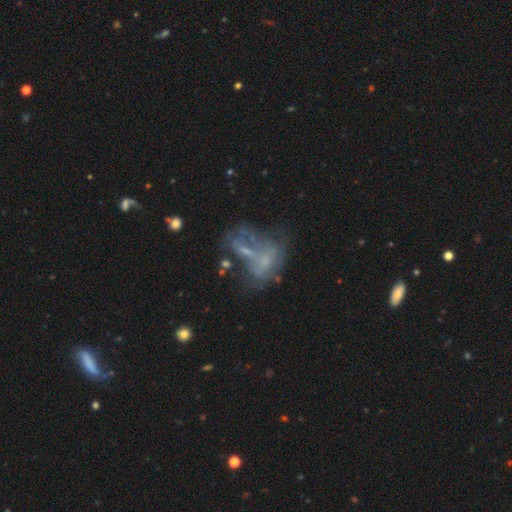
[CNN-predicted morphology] smooth-or-featured: featured or disk: 51% | star or artifact: 25% | smooth: 24%
  disk-edge-on: no: 95% | yes: 5%
  merging: major disturbance: 30% | none: 28% | merger: 27% | minor disturbance: 14%